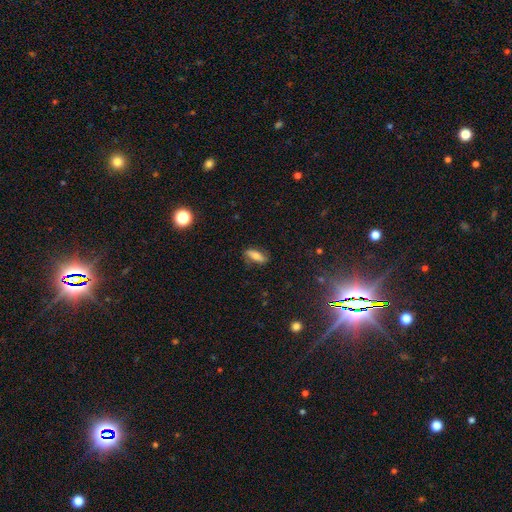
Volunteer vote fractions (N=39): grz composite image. It shows a smooth galaxy with no disk features (74%) that is in between round and cigar-shaped (69%). Merging: none (84%).